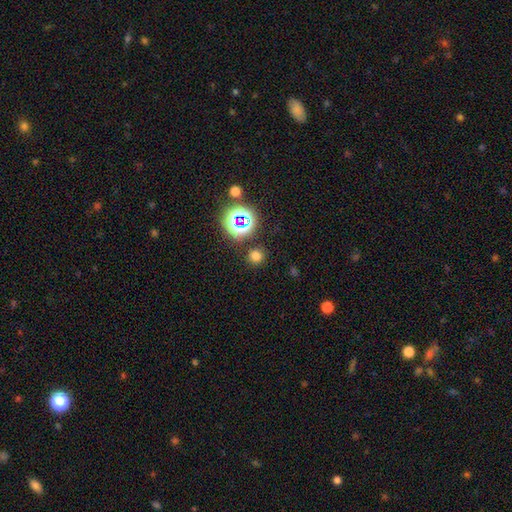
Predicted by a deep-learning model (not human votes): Smooth or featured? Predicted: smooth (p=0.69). How rounded? Predicted: round (p=0.91). Merging? Predicted: none (p=0.86).